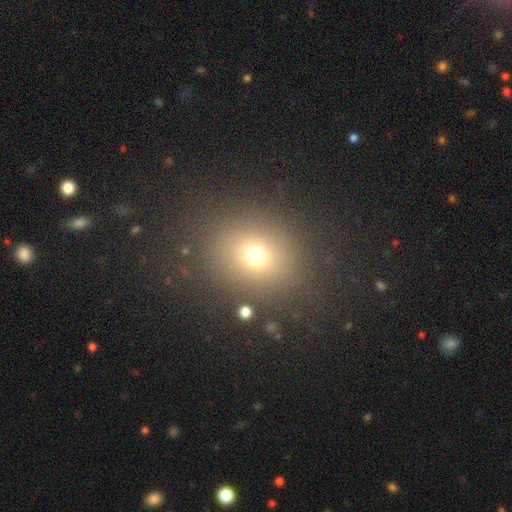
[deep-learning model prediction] The model was most divided on "smooth or featured": smooth: 66%, star or artifact: 24%, featured or disk: 10%. More confident: merging — none (87%); how rounded — round (72%).